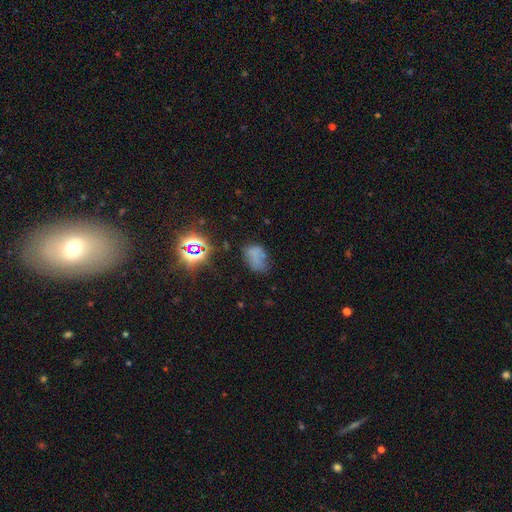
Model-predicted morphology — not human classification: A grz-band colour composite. It shows a smooth galaxy with no disk features (55%) that is in between round and cigar-shaped (81%). Merging: none (44%).